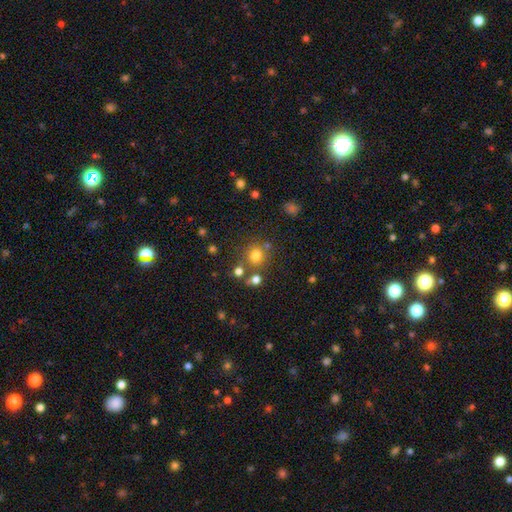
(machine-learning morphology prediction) This appears to be a smooth galaxy with no disk features (75%) that is round (90%). Merging: none (72%).